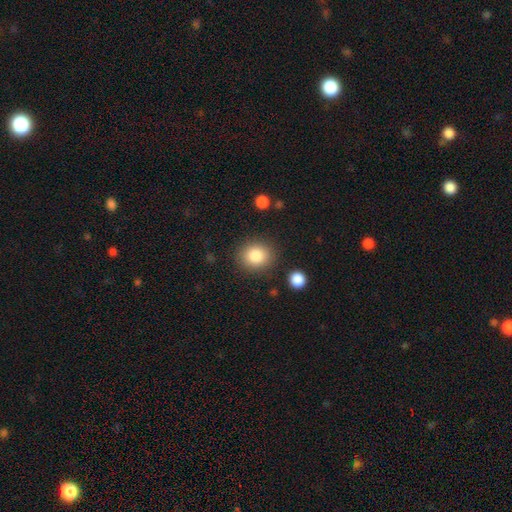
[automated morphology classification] Smooth or featured?
  - smooth: 83% *
  - star or artifact: 10%
  - featured or disk: 8%
How rounded?
  - round: 77% *
  - in between: 22%
  - cigar-shaped: 1%
Merging?
  - none: 86% *
  - minor disturbance: 8%
  - major disturbance: 3%
  - merger: 3%